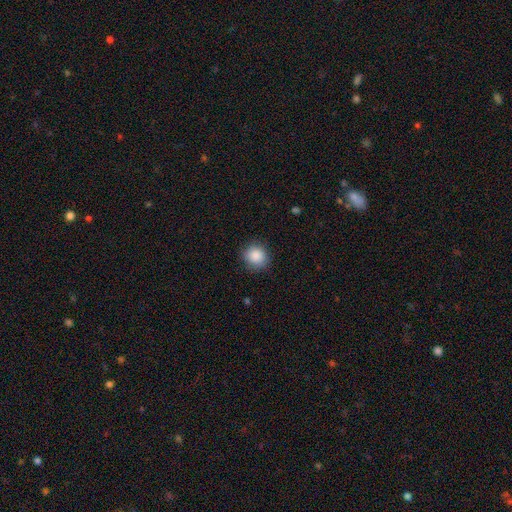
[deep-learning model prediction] Smooth or featured? smooth (88%)
How rounded? round (86%)
Merging? none (86%)